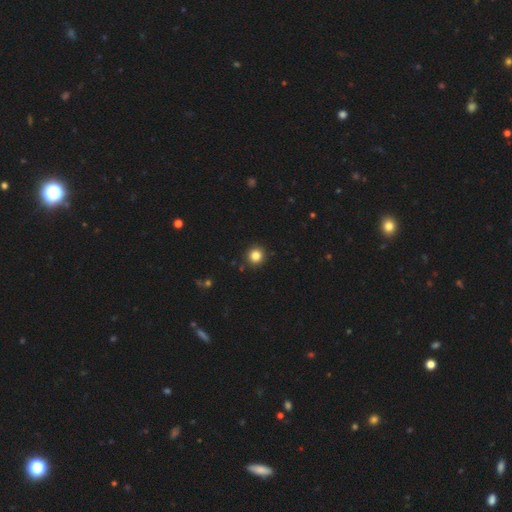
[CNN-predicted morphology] Q: Smooth or featured?
A: smooth (83%); runner-up: star or artifact (12%)
Q: How rounded?
A: round (94%); runner-up: in between (5%)
Q: Merging?
A: none (92%); runner-up: minor disturbance (5%)